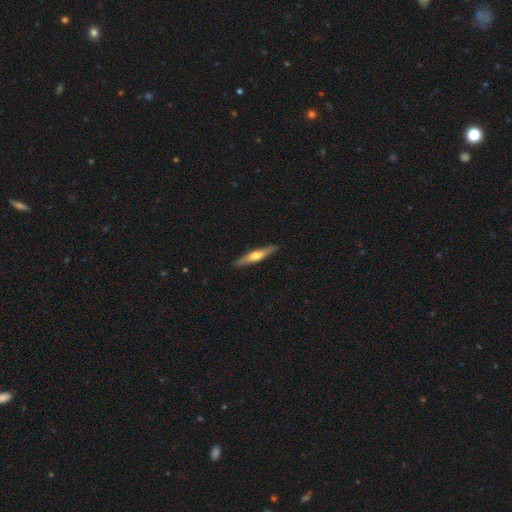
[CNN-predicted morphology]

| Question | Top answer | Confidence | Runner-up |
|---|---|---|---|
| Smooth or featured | featured or disk | 56% | smooth (39%) |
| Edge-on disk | yes | 95% | no (5%) |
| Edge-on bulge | rounded | 88% | none (6%) |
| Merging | none | 90% | minor disturbance (7%) |